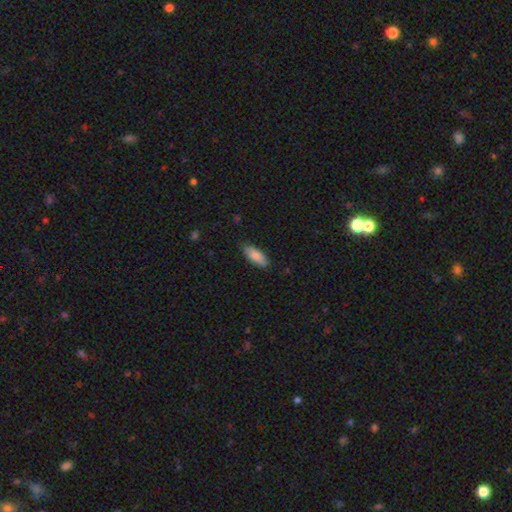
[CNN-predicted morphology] Smooth or featured: smooth — 85% (featured or disk — 9%)
How rounded: in between — 79% (cigar-shaped — 19%)
Merging: none — 84% (minor disturbance — 13%)